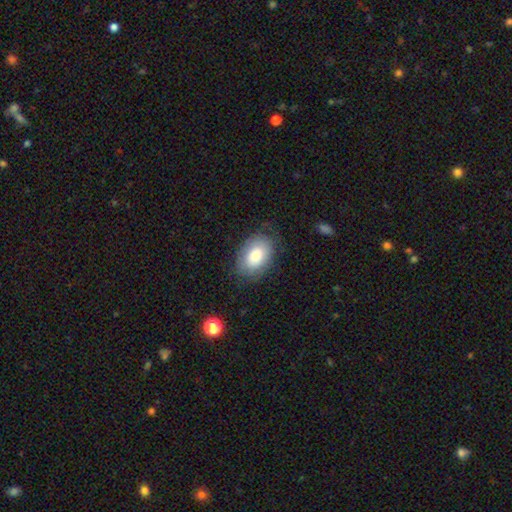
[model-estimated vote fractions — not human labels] Morphology: type=smooth (78%); roundness=in between (89%); merging=none (76%).